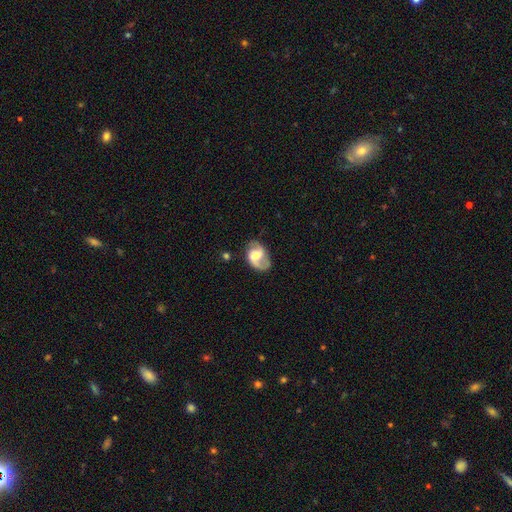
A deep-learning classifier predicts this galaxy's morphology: Smooth or featured? Predicted: featured or disk (p=0.70). Edge-on disk? Predicted: no (p=0.97). Bar? Predicted: weak (p=0.47). Spiral arms? Predicted: yes (p=0.90). Spiral winding? Predicted: medium (p=0.45). Spiral arm count? Predicted: 2 (p=0.78). Bulge size? Predicted: moderate (p=0.38). Merging? Predicted: none (p=0.60).